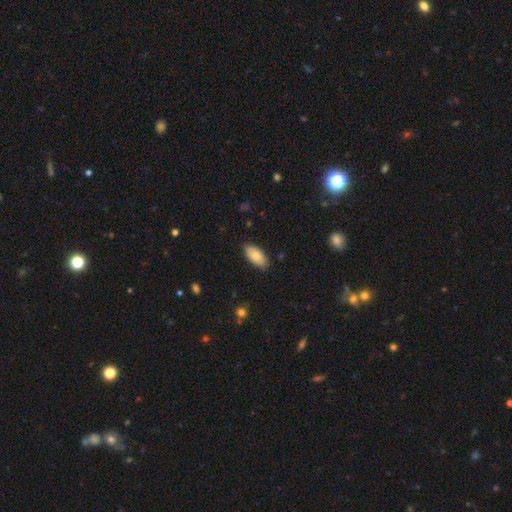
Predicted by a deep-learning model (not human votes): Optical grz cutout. It shows a smooth galaxy with no disk features (80%) that is in between round and cigar-shaped (93%). Merging: none (86%).